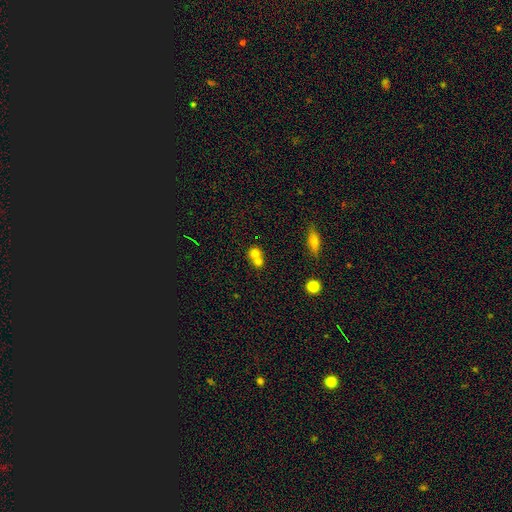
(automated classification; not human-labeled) Q: Smooth or featured?
A: smooth (72%); runner-up: featured or disk (16%)
Q: How rounded?
A: round (80%); runner-up: in between (19%)
Q: Merging?
A: merger (62%); runner-up: none (31%)